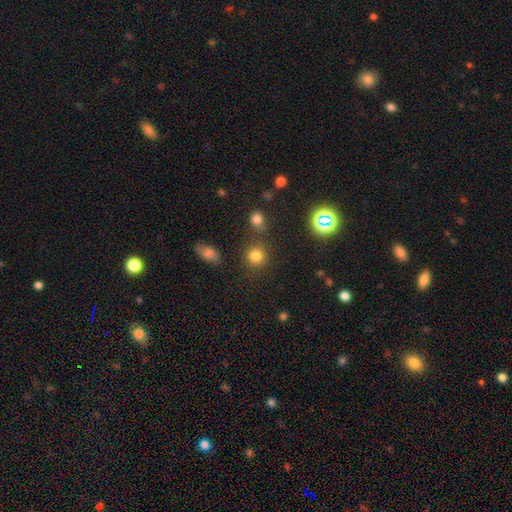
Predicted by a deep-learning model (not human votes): Smooth or featured: smooth — 79% (star or artifact — 15%)
How rounded: round — 88% (in between — 10%)
Merging: none — 81% (minor disturbance — 8%)